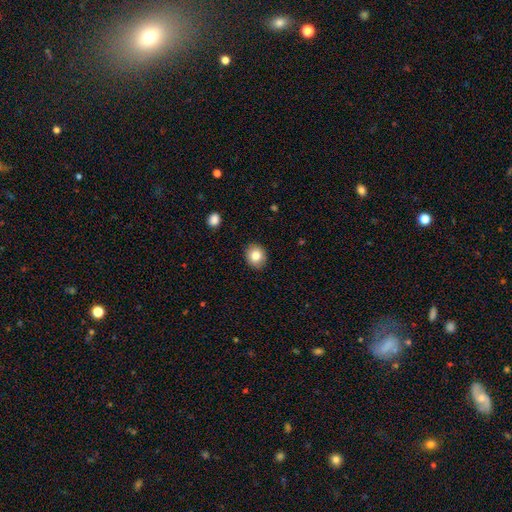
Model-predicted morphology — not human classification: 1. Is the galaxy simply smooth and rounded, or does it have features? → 82% smooth, 10% star or artifact, 9% featured or disk.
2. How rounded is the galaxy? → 71% round, 28% in between, 1% cigar-shaped.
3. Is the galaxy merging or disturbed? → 89% none, 8% minor disturbance, 2% major disturbance, 1% merger.